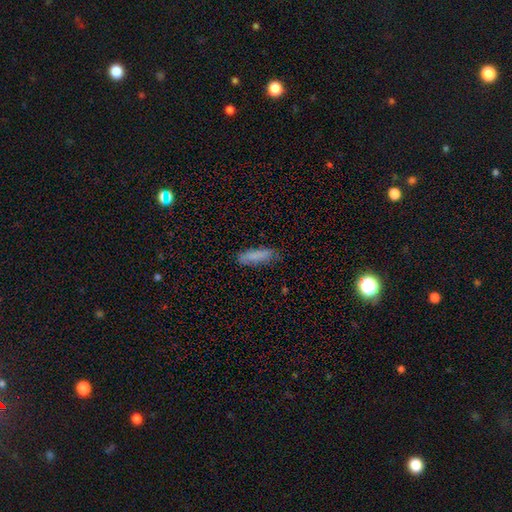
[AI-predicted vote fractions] Smooth or featured: smooth — 81% (featured or disk — 11%)
How rounded: cigar-shaped — 63% (in between — 36%)
Merging: none — 78% (minor disturbance — 17%)